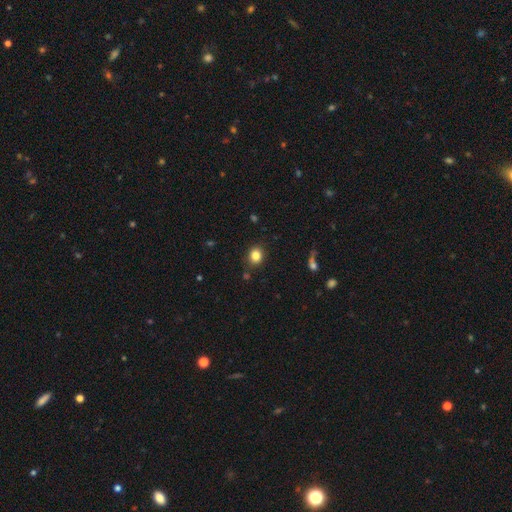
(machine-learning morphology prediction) smooth 84%, star or artifact 10%, featured or disk 6%. Down the decision tree: how rounded — round (66%); merging — none (86%).